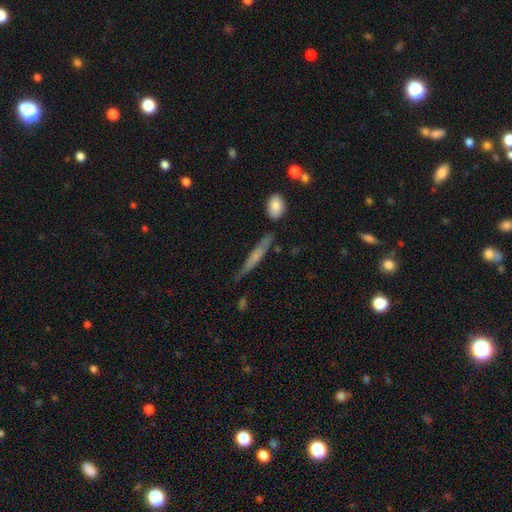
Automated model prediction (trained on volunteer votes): smooth 53%, featured or disk 39%, star or artifact 8%. Down the decision tree: how rounded — cigar-shaped (91%); merging — none (66%).